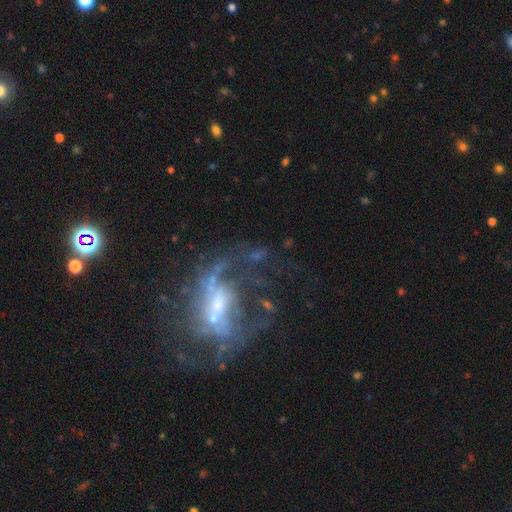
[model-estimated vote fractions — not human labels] The model was most divided on "bar" (2-way tie): weak: 38%, no: 38%, strong: 24%. Remaining: edge-on disk — no (95%); smooth or featured — featured or disk (75%); spiral arms — yes (70%); bulge size — small (47%); merging — none (39%).